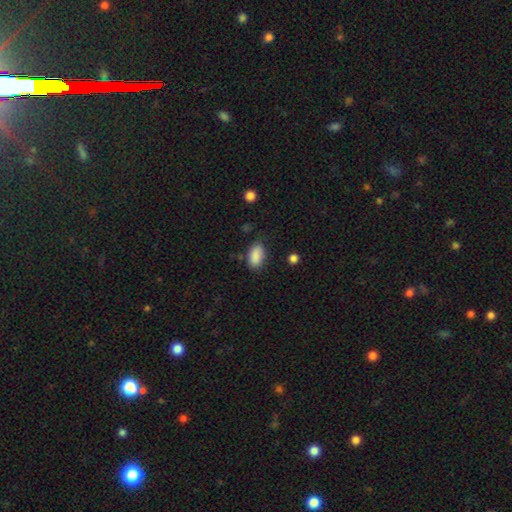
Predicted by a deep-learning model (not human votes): Morphology: type=smooth (88%); roundness=in between (92%); merging=none (77%).